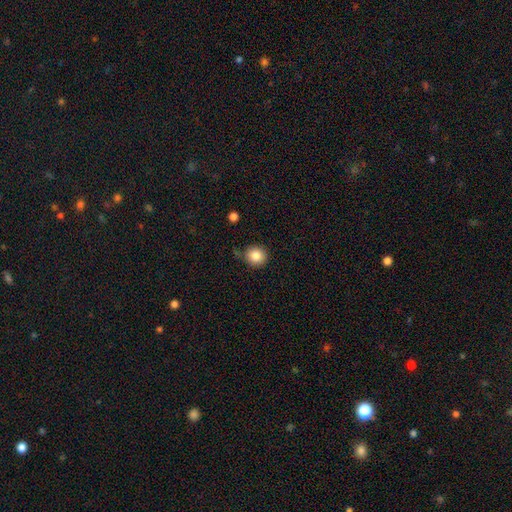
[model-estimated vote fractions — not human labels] smooth_or_featured: smooth (p=0.85) [alt: star or artifact p=0.10]
how_rounded: round (p=0.92) [alt: in between p=0.07]
merging: none (p=0.78) [alt: minor disturbance p=0.14]